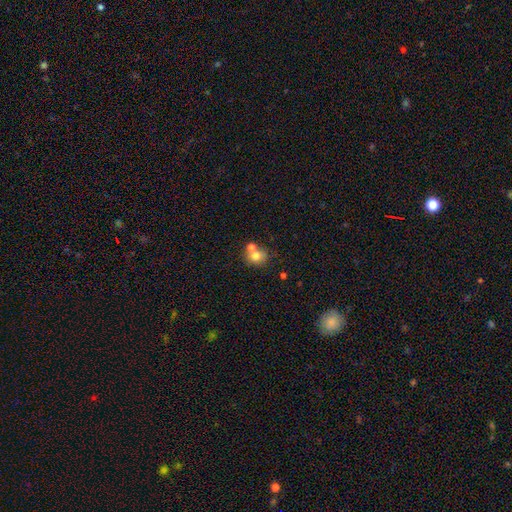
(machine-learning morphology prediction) A smooth galaxy with no disk features (74%) that is round (79%).

Vote fractions:
- Smooth or featured? smooth: 74% / featured or disk: 14% / star or artifact: 12%
- How rounded? round: 79% / in between: 21% / cigar-shaped: 1%
- Merging? none: 49% / merger: 38% / minor disturbance: 9% / major disturbance: 3%